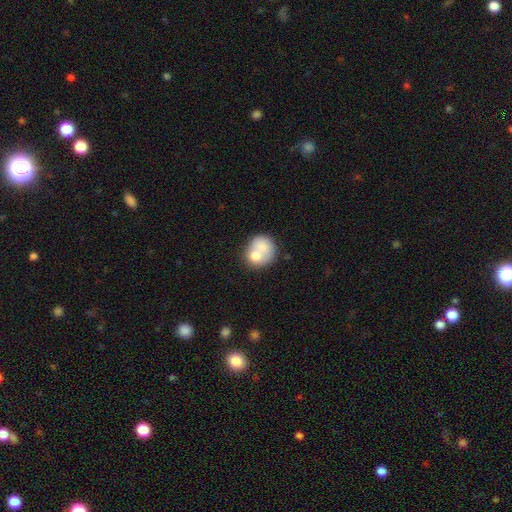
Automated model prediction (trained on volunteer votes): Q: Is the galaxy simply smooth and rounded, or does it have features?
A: smooth — 69%.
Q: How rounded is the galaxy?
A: round — 74%.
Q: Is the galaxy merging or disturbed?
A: merger — 50%.